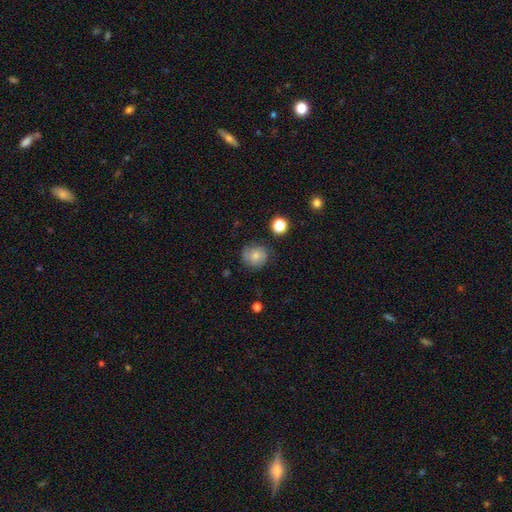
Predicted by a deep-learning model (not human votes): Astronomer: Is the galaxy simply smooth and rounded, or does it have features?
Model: smooth — 72%.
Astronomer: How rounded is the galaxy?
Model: round — 86%.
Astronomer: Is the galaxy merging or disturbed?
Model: none — 72%.